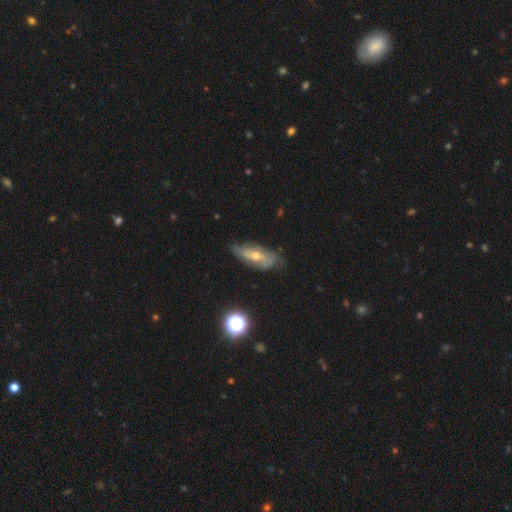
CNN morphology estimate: Q: Smooth or featured?
A: featured or disk (62%); runner-up: smooth (27%)
Q: Edge-on disk?
A: no (75%); runner-up: yes (25%)
Q: Merging?
A: none (64%); runner-up: minor disturbance (26%)